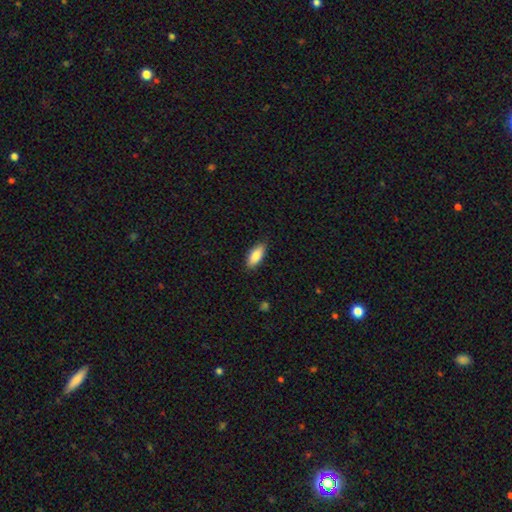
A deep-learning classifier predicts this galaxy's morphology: Smooth or featured? smooth (85%)
How rounded? in between (83%)
Merging? none (87%)